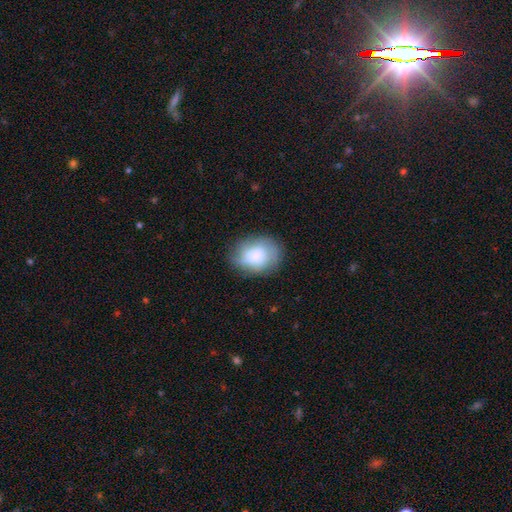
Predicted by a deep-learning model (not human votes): smooth_or_featured: smooth (p=0.68) [alt: featured or disk p=0.23]
how_rounded: in between (p=0.58) [alt: round p=0.41]
merging: none (p=0.73) [alt: minor disturbance p=0.19]